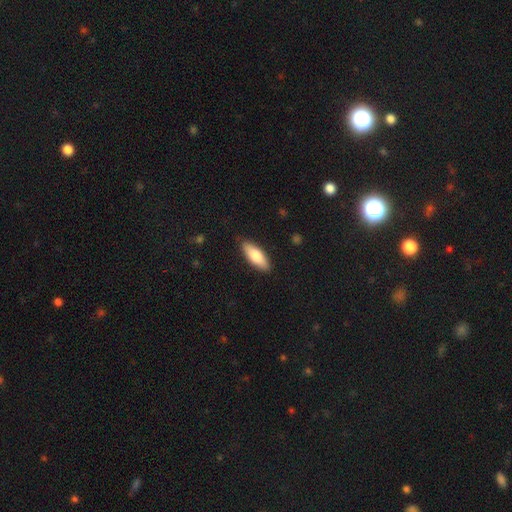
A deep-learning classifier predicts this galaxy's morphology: type=smooth (76%); roundness=in between (67%); merging=none (87%).